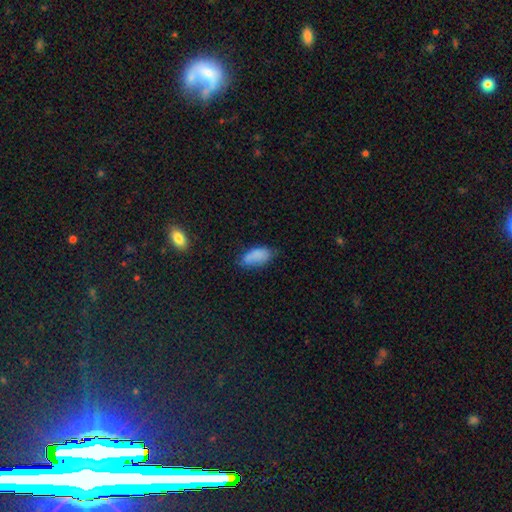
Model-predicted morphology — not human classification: Overall: smooth (82%). How rounded: in between (91%). Merging: none (60%; minor disturbance 28%).